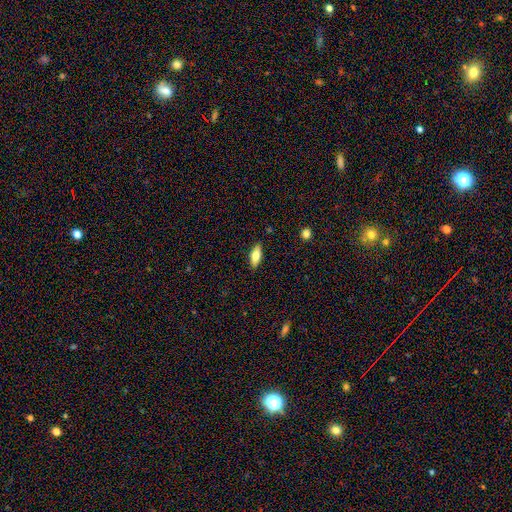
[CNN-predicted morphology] Q: Smooth or featured?
A: smooth (76%); runner-up: featured or disk (17%)
Q: How rounded?
A: in between (79%); runner-up: cigar-shaped (19%)
Q: Merging?
A: none (88%); runner-up: minor disturbance (9%)